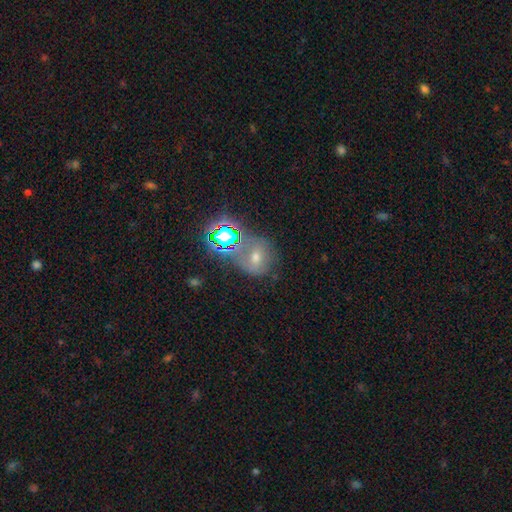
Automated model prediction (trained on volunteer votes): Overall: star or artifact (37%; smooth 35%).